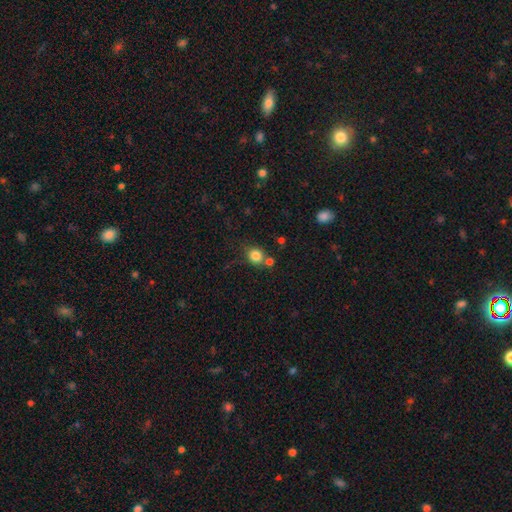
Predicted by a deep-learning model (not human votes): smooth-or-featured: smooth: 83% | star or artifact: 11% | featured or disk: 6%
  how-rounded: round: 79% | in between: 20% | cigar-shaped: 1%
  merging: none: 65% | merger: 19% | minor disturbance: 13% | major disturbance: 4%